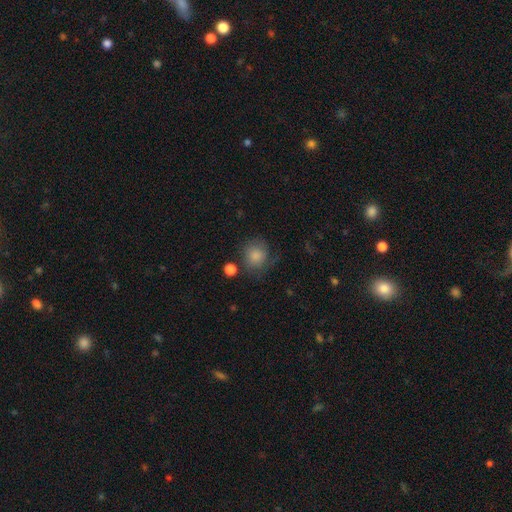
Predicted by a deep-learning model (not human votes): The model was most divided on "merging": none: 60%, minor disturbance: 23%, major disturbance: 13%, merger: 5%. More confident: how rounded — round (83%); smooth or featured — smooth (79%).